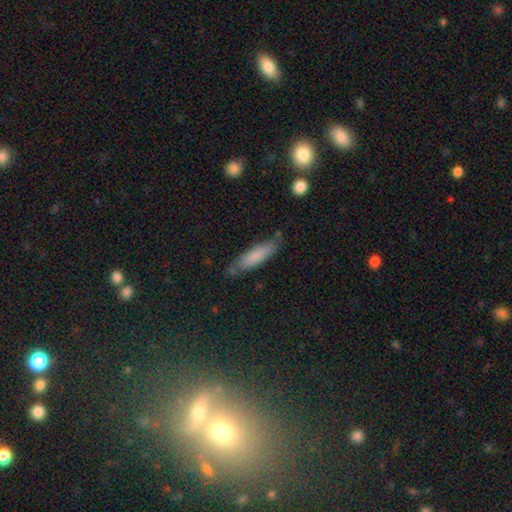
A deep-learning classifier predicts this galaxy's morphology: smooth_or_featured: smooth (p=0.80) [alt: featured or disk p=0.14]
how_rounded: cigar-shaped (p=0.70) [alt: in between p=0.29]
merging: none (p=0.74) [alt: minor disturbance p=0.19]